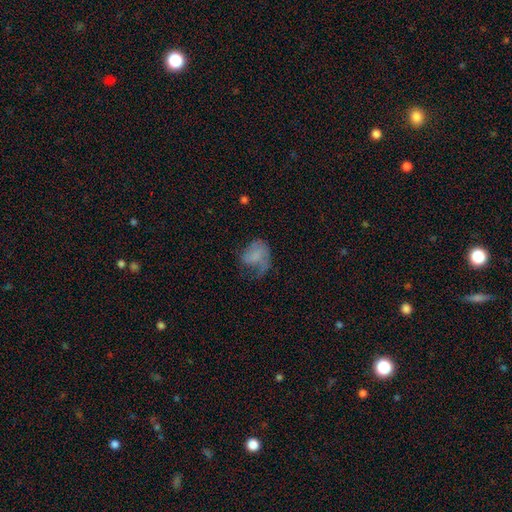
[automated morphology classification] Smooth or featured? Predicted: smooth (p=0.50). How rounded? Predicted: in between (p=0.62). Merging? Predicted: major disturbance (p=0.46).